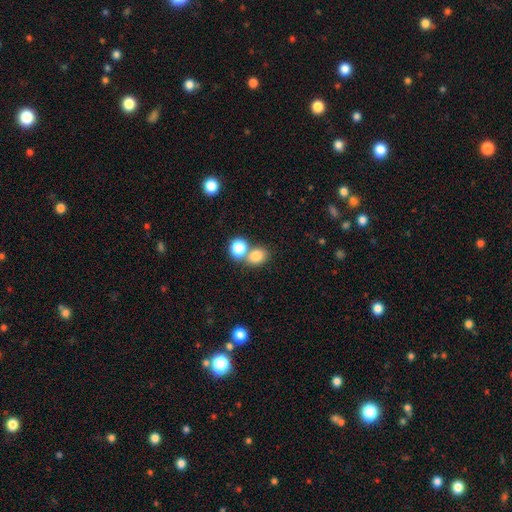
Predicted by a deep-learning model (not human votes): smooth_or_featured: smooth (p=0.80) [alt: star or artifact p=0.12]
how_rounded: round (p=0.57) [alt: in between p=0.42]
merging: none (p=0.46) [alt: merger p=0.43]